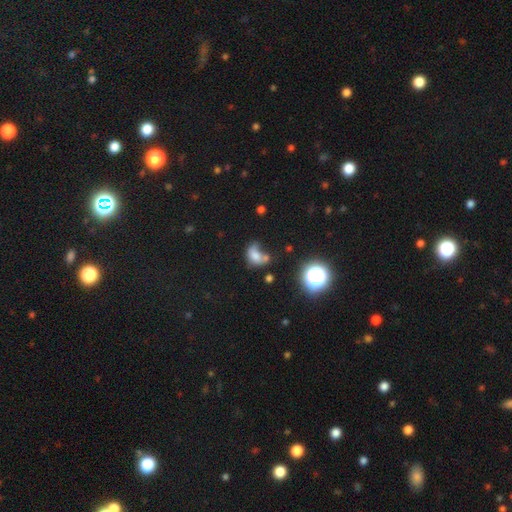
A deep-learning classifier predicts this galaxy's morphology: This is likely a smooth galaxy (66%). How rounded: likely in between (69%). Merging: marginally merger (33%).